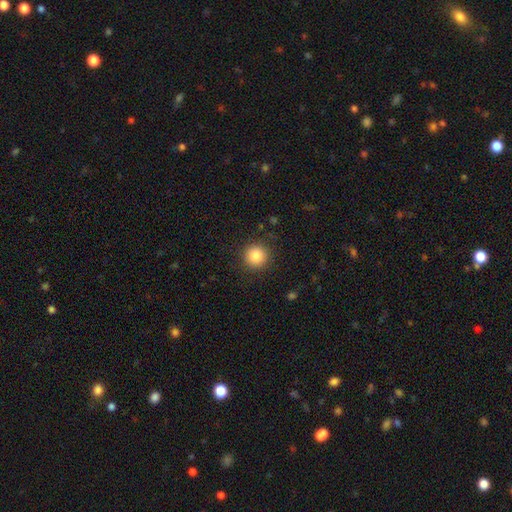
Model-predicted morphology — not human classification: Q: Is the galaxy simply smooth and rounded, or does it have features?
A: smooth — 85%.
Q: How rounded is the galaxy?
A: round — 95%.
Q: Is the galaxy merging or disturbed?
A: none — 90%.